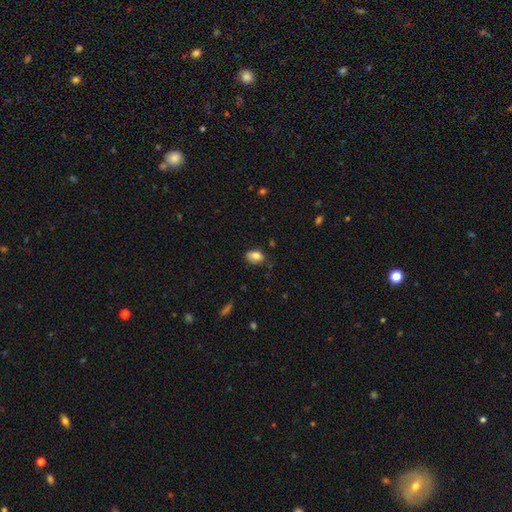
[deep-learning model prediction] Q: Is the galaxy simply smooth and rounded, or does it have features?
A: smooth — 82%.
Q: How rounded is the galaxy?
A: in between — 82%.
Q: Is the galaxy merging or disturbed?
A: none — 65%.